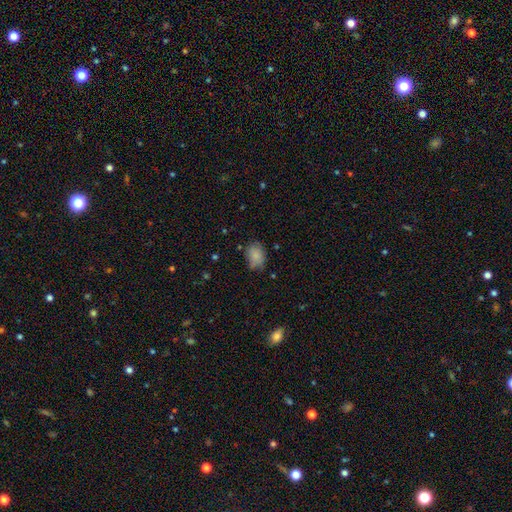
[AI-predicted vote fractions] Smooth or featured? Predicted: smooth (p=0.81). How rounded? Predicted: in between (p=0.73). Merging? Predicted: none (p=0.63).